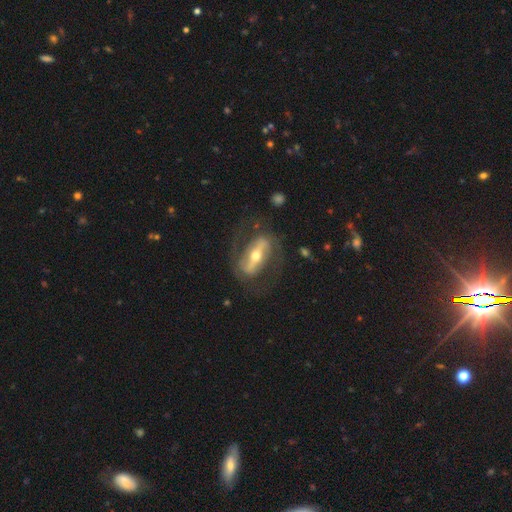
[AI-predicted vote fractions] A featured or disk galaxy (82%) with a strong bar (71%), 2 (85%) medium (45%) spiral arms (75%) and a moderate central bulge (57%).

Vote fractions:
- Smooth or featured? featured or disk: 82% / smooth: 13% / star or artifact: 5%
- Edge-on disk? no: 85% / yes: 15%
- Bar? strong: 71% / weak: 16% / no: 12%
- Spiral arms? yes: 75% / no: 25%
- Spiral winding? medium: 45% / tight: 28% / loose: 27%
- Spiral arm count? 2: 85% / can't tell: 9% / 1: 3% / 3: 1% / 4: 1% / more than 4: 1%
- Bulge size? moderate: 57% / small: 37% / large: 4% / dominant: 1% / none: 1%
- Merging? none: 70% / minor disturbance: 14% / major disturbance: 14% / merger: 2%